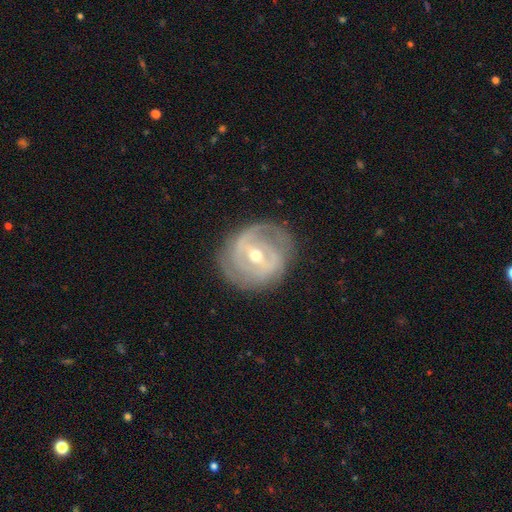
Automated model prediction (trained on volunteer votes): This appears to be a featured or disk galaxy (84%) with a weak bar (44%), 2 (50%) tight (57%) spiral arms (86%) and a moderate central bulge (57%). Merging: none (75%).